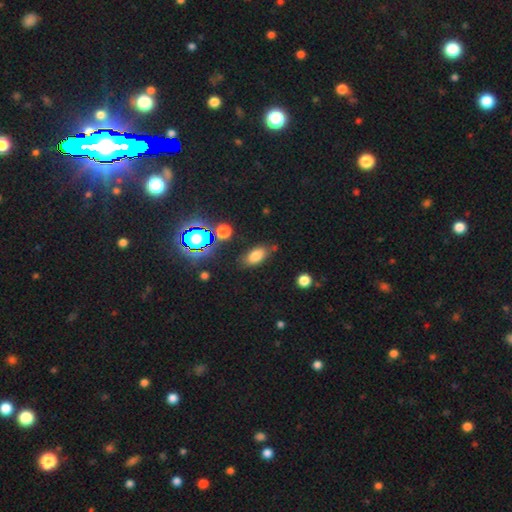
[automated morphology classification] Smooth or featured? smooth (75%)
How rounded? in between (86%)
Merging? none (74%)